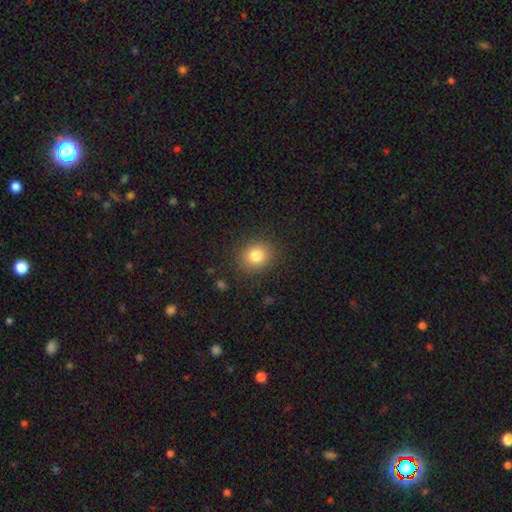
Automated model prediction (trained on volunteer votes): This is clearly a smooth galaxy (82%). How rounded: likely round (78%). Merging: clearly none (87%).